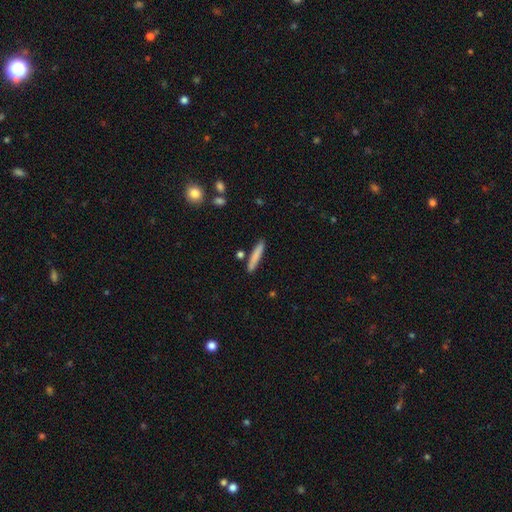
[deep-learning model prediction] smooth-or-featured: smooth: 78% | featured or disk: 15% | star or artifact: 6%
  how-rounded: cigar-shaped: 93% | in between: 5% | round: 1%
  merging: none: 85% | minor disturbance: 9% | merger: 4% | major disturbance: 2%